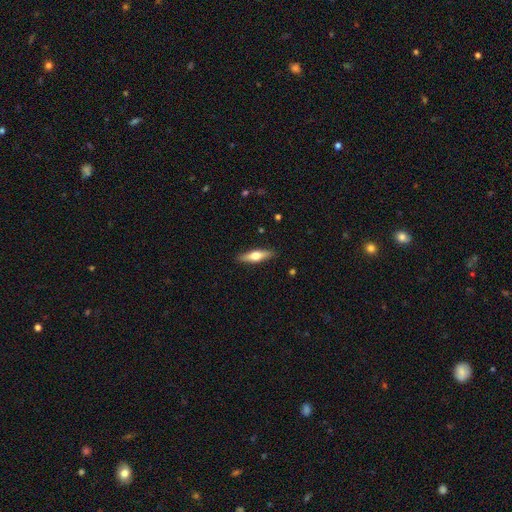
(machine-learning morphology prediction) This is possibly a smooth galaxy (53%). How rounded: likely cigar-shaped (64%). Merging: clearly none (89%).